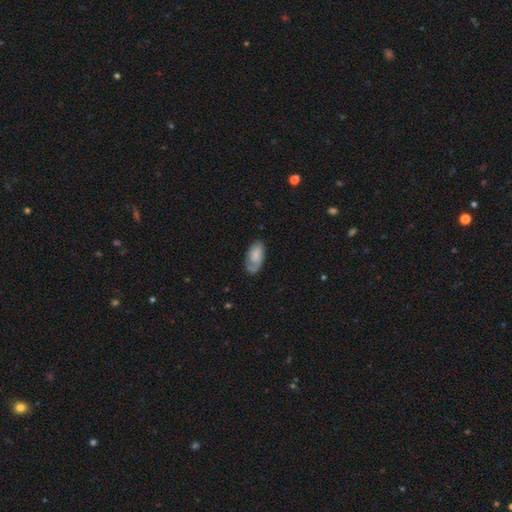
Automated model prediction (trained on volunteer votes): Smooth or featured? smooth (63%)
How rounded? in between (93%)
Merging? none (61%)